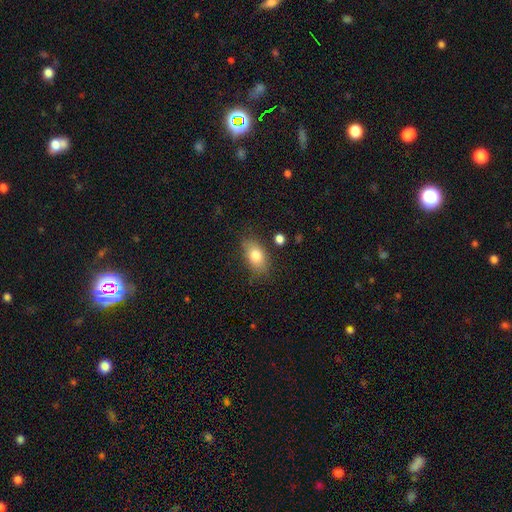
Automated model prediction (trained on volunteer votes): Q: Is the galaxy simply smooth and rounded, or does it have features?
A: smooth — 79%.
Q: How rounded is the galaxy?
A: in between — 88%.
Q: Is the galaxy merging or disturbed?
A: none — 77%.